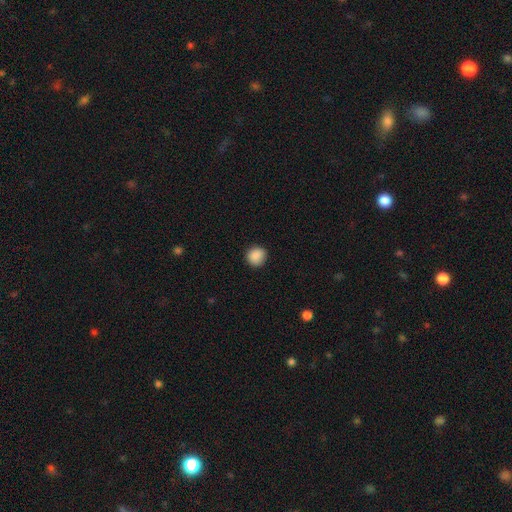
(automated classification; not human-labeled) Smooth or featured?
  - smooth: 88% *
  - star or artifact: 9%
  - featured or disk: 3%
How rounded?
  - round: 89% *
  - in between: 10%
  - cigar-shaped: 1%
Merging?
  - none: 89% *
  - minor disturbance: 8%
  - major disturbance: 2%
  - merger: 1%